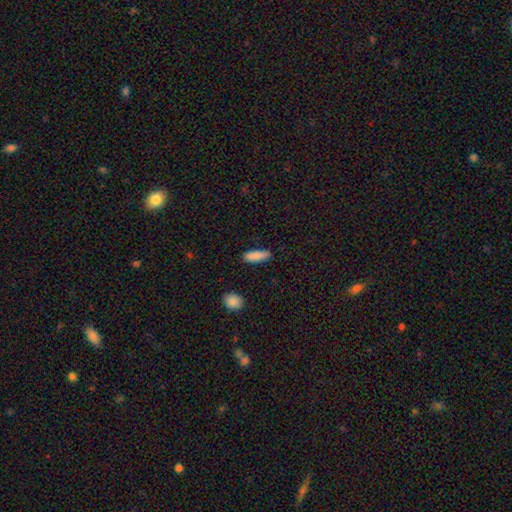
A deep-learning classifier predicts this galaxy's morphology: The model was most divided on "how rounded": in between: 53%, cigar-shaped: 45%, round: 2%. More confident: smooth or featured — smooth (88%); merging — none (84%).